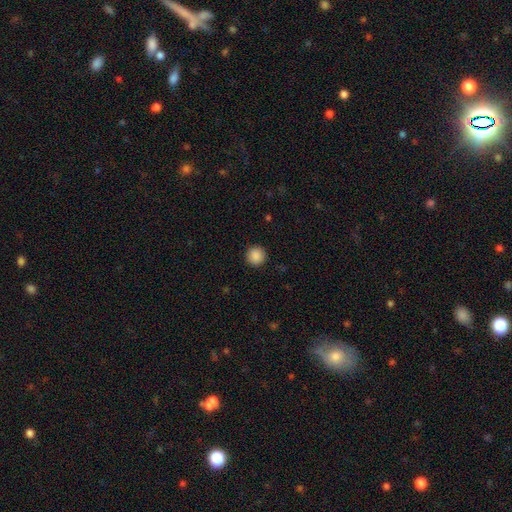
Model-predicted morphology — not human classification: smooth_or_featured: smooth (p=0.88) [alt: star or artifact p=0.09]
how_rounded: round (p=0.94) [alt: in between p=0.05]
merging: none (p=0.92) [alt: minor disturbance p=0.05]